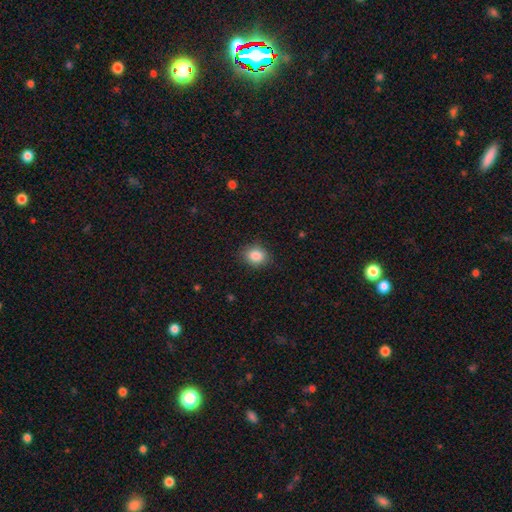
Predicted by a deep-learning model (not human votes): Q: Smooth or featured?
A: smooth (86%); runner-up: star or artifact (9%)
Q: How rounded?
A: round (60%); runner-up: in between (39%)
Q: Merging?
A: none (86%); runner-up: minor disturbance (10%)